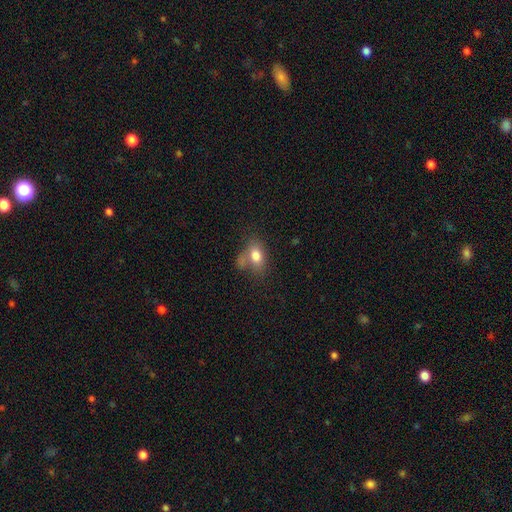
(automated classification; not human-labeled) smooth 78%, featured or disk 13%, star or artifact 9%. Down the decision tree: how rounded — in between (79%); merging — none (41%).